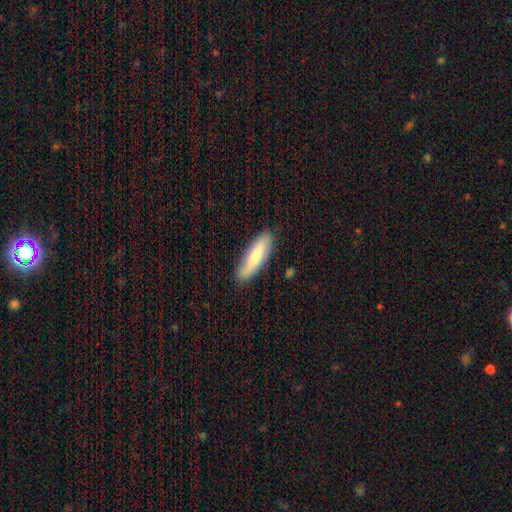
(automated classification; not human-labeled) Smooth or featured? Predicted: smooth (p=0.72). How rounded? Predicted: cigar-shaped (p=0.63). Merging? Predicted: none (p=0.85).